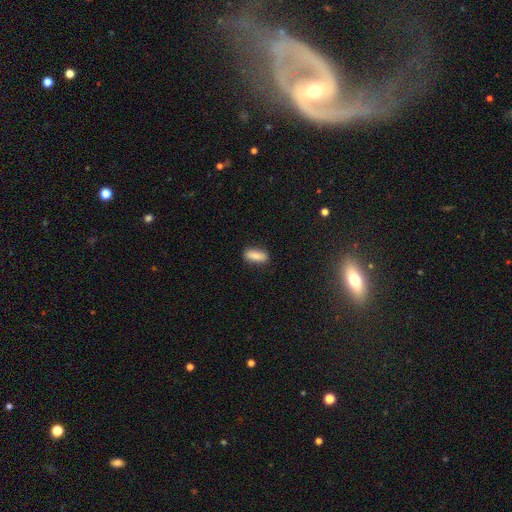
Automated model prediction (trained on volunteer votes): smooth_or_featured: smooth (p=0.84) [alt: featured or disk p=0.09]
how_rounded: in between (p=0.67) [alt: cigar-shaped p=0.30]
merging: none (p=0.85) [alt: minor disturbance p=0.11]